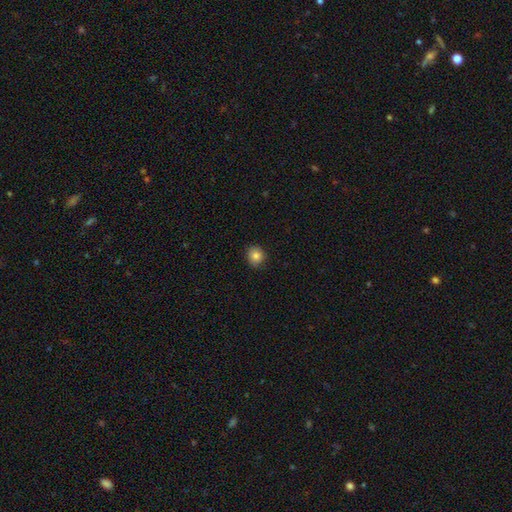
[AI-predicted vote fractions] This appears to be a smooth galaxy with no disk features (84%) that is round (85%). Merging: none (87%).